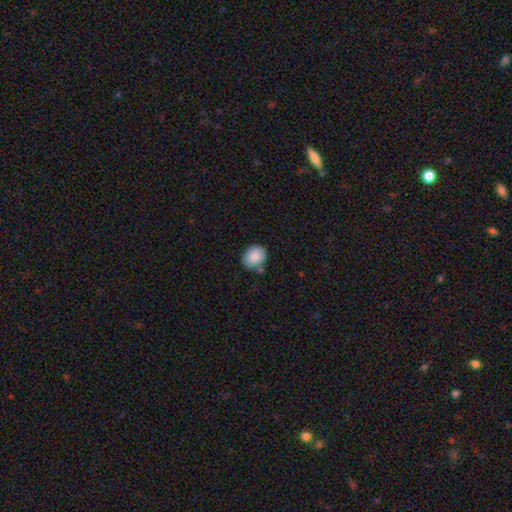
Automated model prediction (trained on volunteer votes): The model was most divided on "how rounded": round: 57%, in between: 42%, cigar-shaped: 1%. More confident: smooth or featured — smooth (87%); merging — none (74%).